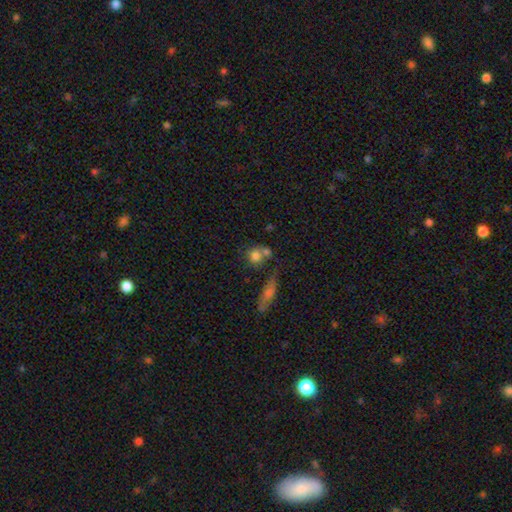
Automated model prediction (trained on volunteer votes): smooth_or_featured: smooth (p=0.75) [alt: featured or disk p=0.15]
how_rounded: round (p=0.75) [alt: in between p=0.22]
merging: none (p=0.45) [alt: merger p=0.36]